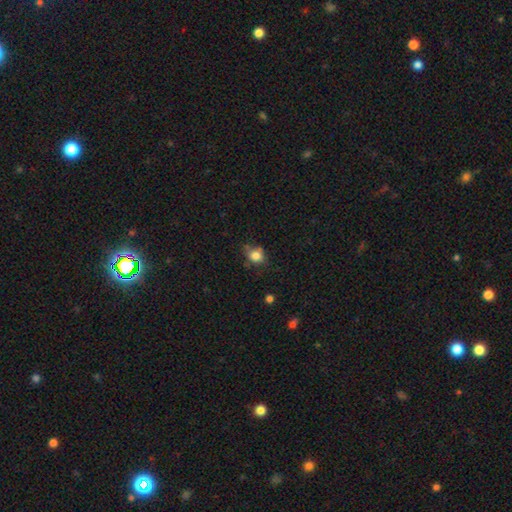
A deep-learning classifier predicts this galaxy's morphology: A smooth galaxy with no disk features (80%) that is round (60%).

Vote fractions:
- Smooth or featured? smooth: 80% / star or artifact: 11% / featured or disk: 9%
- How rounded? round: 60% / in between: 39% / cigar-shaped: 1%
- Merging? none: 59% / minor disturbance: 27% / major disturbance: 7% / merger: 7%